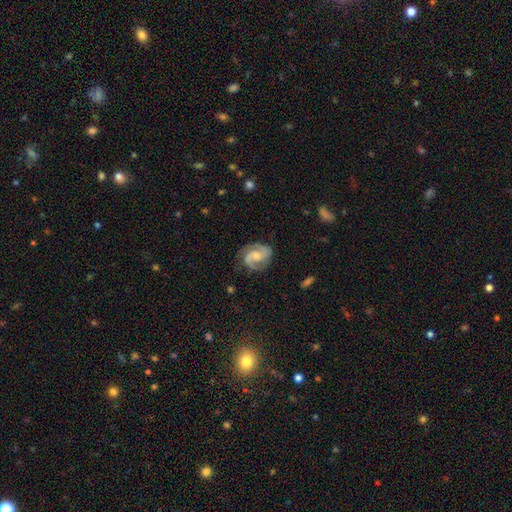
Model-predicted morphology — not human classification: This appears to be a featured or disk galaxy (83%) with no bar (48%), 2 (88%) medium (52%) spiral arms (97%) and a moderate central bulge (44%). Merging: none (73%).